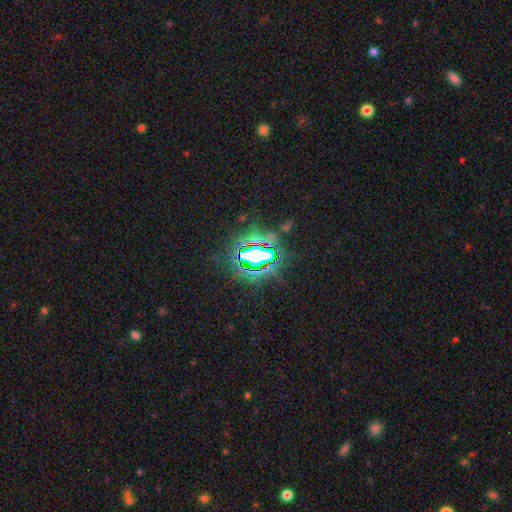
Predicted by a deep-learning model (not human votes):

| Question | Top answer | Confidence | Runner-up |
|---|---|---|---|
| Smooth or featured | star or artifact | 78% | smooth (12%) |